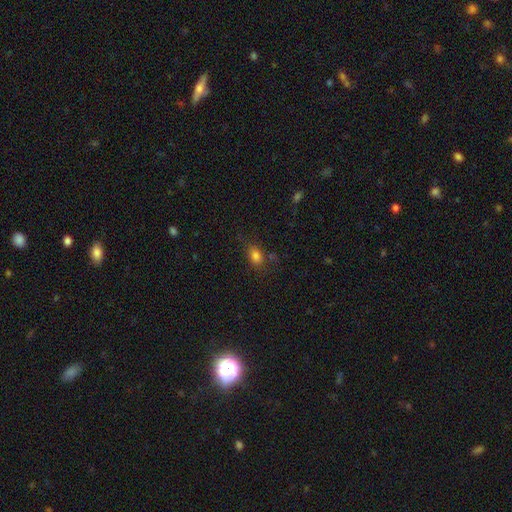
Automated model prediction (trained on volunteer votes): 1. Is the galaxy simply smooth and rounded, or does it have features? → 80% smooth, 13% star or artifact, 7% featured or disk.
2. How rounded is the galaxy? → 76% in between, 21% round, 3% cigar-shaped.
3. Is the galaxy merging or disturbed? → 71% none, 18% minor disturbance, 7% major disturbance, 4% merger.